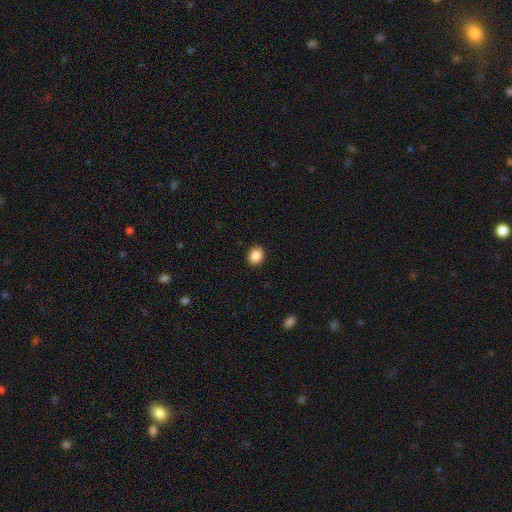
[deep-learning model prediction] A smooth galaxy with no disk features (88%) that is round (62%).

Vote fractions:
- Smooth or featured? smooth: 88% / star or artifact: 9% / featured or disk: 3%
- How rounded? round: 62% / in between: 37% / cigar-shaped: 1%
- Merging? none: 91% / minor disturbance: 6% / major disturbance: 2% / merger: 1%